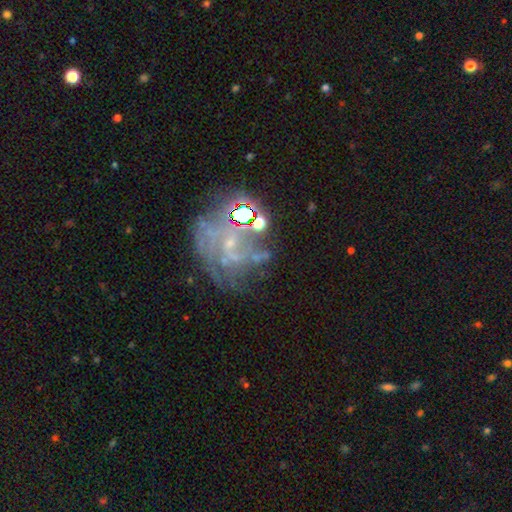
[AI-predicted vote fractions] smooth-or-featured: featured or disk: 65% | star or artifact: 22% | smooth: 14%
  disk-edge-on: no: 98% | yes: 2%
    bar: no: 61% | weak: 30% | strong: 9%
    has-spiral-arms: yes: 77% | no: 23%
    bulge-size: small: 65% | none: 16% | moderate: 16% | large: 2% | dominant: 1%
  merging: none: 45% | major disturbance: 25% | minor disturbance: 20% | merger: 10%